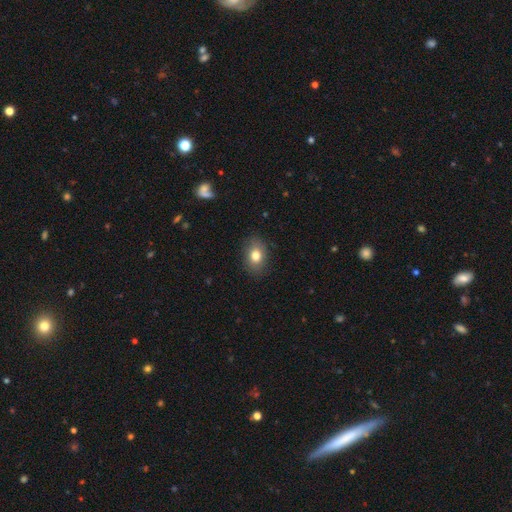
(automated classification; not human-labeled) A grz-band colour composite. It shows a smooth galaxy with no disk features (80%) that is in between round and cigar-shaped (75%). Merging: none (84%).